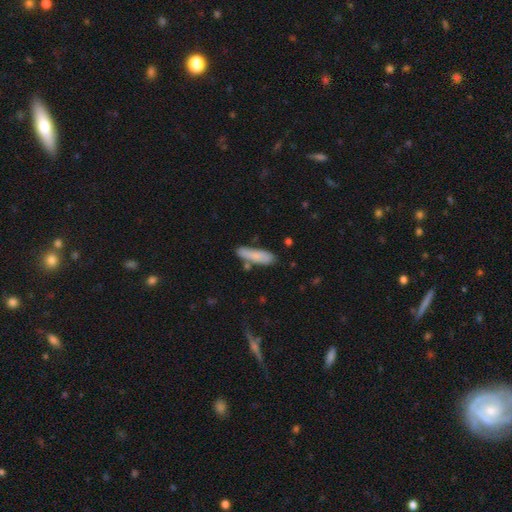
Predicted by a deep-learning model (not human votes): This is clearly a smooth galaxy (81%). How rounded: likely cigar-shaped (69%). Merging: likely none (71%).